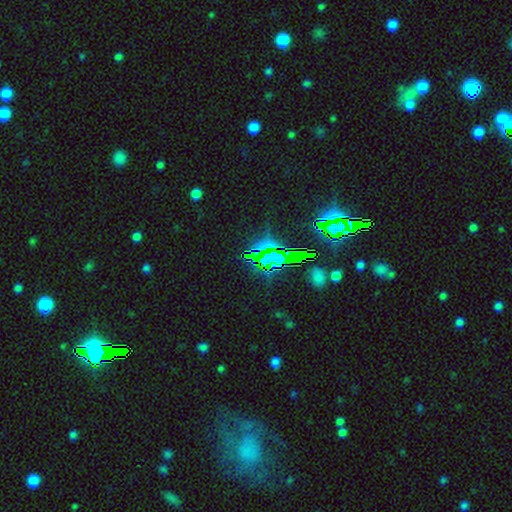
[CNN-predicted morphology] Smooth or featured? Predicted: star or artifact (p=0.82).